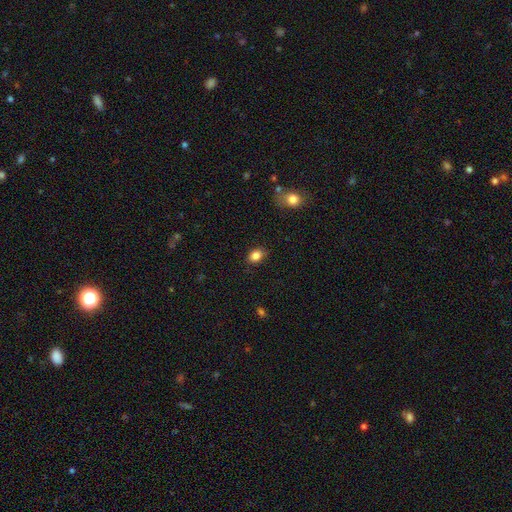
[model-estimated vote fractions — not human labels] Smooth or featured? smooth (86%)
How rounded? in between (66%)
Merging? none (82%)